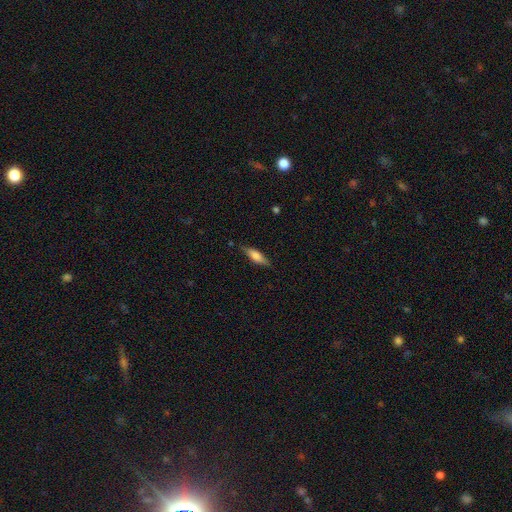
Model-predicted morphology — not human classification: A smooth galaxy with no disk features (59%) that is cigar-shaped (58%).

Vote fractions:
- Smooth or featured? smooth: 59% / featured or disk: 35% / star or artifact: 7%
- How rounded? cigar-shaped: 58% / in between: 40% / round: 2%
- Merging? none: 80% / minor disturbance: 15% / major disturbance: 3% / merger: 1%